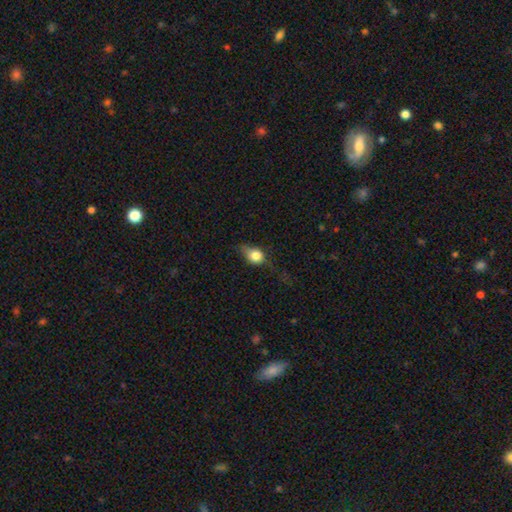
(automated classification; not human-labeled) Smooth or featured?
  - smooth: 73% *
  - featured or disk: 18%
  - star or artifact: 10%
How rounded?
  - round: 49% *
  - in between: 47%
  - cigar-shaped: 4%
Merging?
  - none: 42% *
  - minor disturbance: 34%
  - major disturbance: 22%
  - merger: 2%